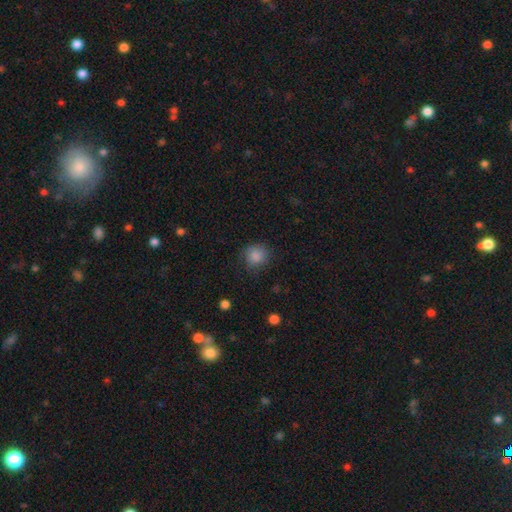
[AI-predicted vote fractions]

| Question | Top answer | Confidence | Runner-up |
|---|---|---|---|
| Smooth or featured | smooth | 86% | star or artifact (10%) |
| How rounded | round | 87% | in between (12%) |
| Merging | none | 77% | minor disturbance (17%) |